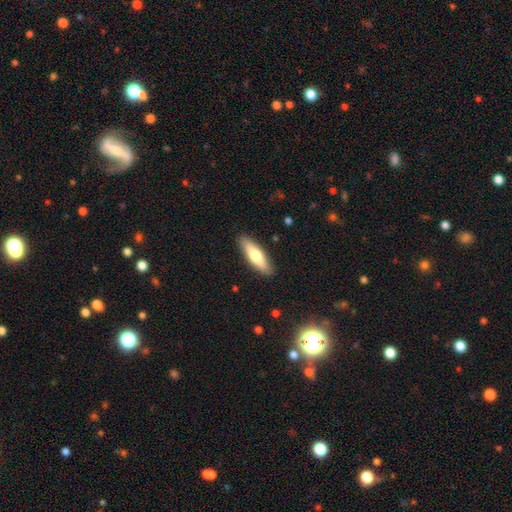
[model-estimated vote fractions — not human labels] This appears to be a smooth galaxy with no disk features (65%) that is cigar-shaped (59%). Merging: none (89%).